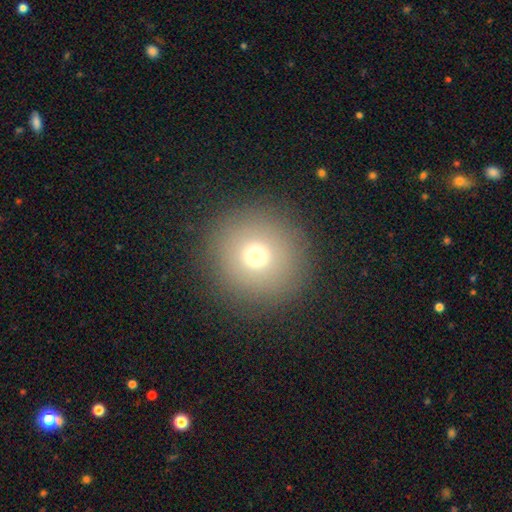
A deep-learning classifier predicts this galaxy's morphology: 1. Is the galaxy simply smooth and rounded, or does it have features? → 71% smooth, 16% star or artifact, 13% featured or disk.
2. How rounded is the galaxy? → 95% round, 4% in between, 1% cigar-shaped.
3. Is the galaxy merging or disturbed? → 90% none, 6% minor disturbance, 3% major disturbance, 1% merger.